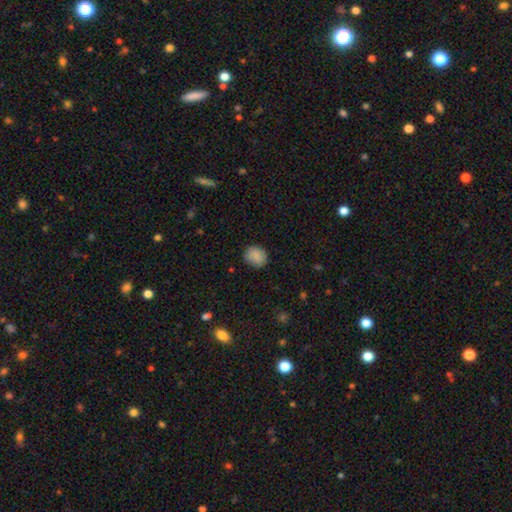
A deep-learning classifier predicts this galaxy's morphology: Smooth or featured? smooth (87%)
How rounded? round (73%)
Merging? none (84%)